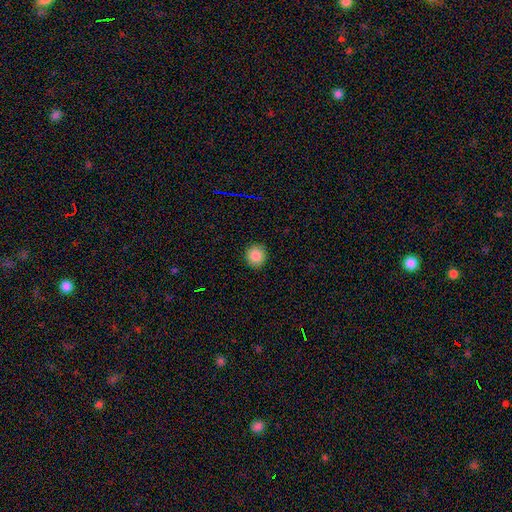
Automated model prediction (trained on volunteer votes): Q: Smooth or featured?
A: smooth (86%); runner-up: star or artifact (10%)
Q: How rounded?
A: round (91%); runner-up: in between (8%)
Q: Merging?
A: none (91%); runner-up: minor disturbance (6%)